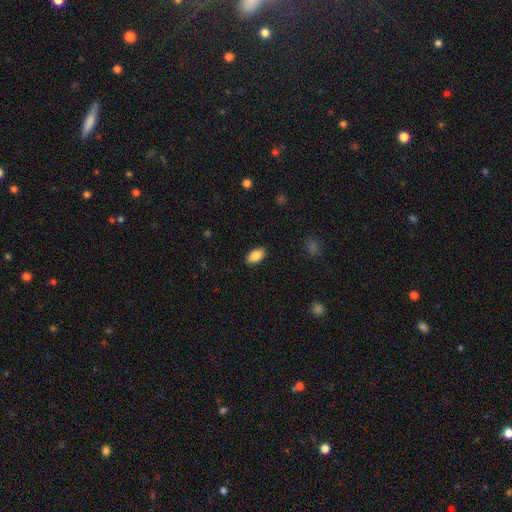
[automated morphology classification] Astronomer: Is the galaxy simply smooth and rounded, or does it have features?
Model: smooth — 87%.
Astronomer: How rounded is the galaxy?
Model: in between — 93%.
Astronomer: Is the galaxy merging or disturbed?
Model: none — 89%.